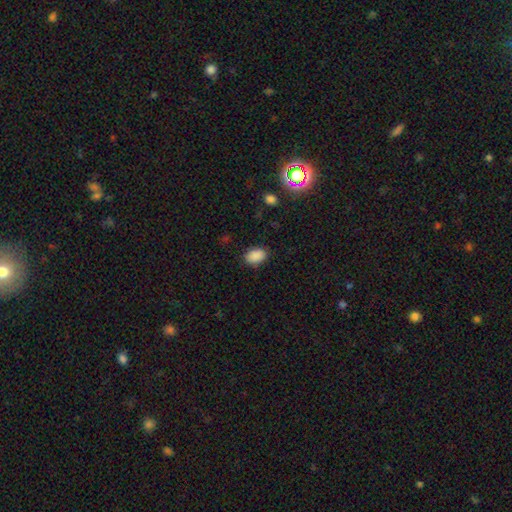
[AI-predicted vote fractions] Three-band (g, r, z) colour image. It shows a smooth galaxy with no disk features (88%) that is in between round and cigar-shaped (86%). Merging: none (86%).